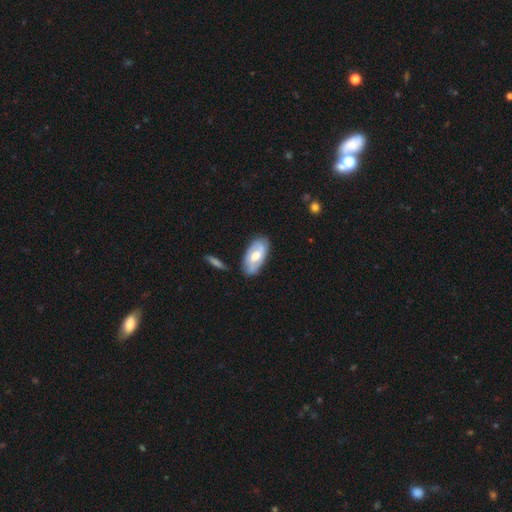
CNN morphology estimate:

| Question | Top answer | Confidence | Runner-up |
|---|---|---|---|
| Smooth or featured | featured or disk | 53% | smooth (42%) |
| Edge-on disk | no | 90% | yes (10%) |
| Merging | none | 78% | minor disturbance (16%) |